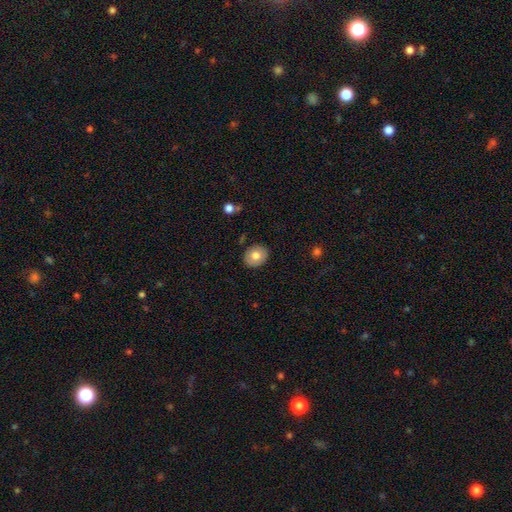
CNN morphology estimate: The model was most divided on "how rounded": round: 53%, in between: 46%, cigar-shaped: 1%. More confident: merging — none (87%); smooth or featured — smooth (75%).